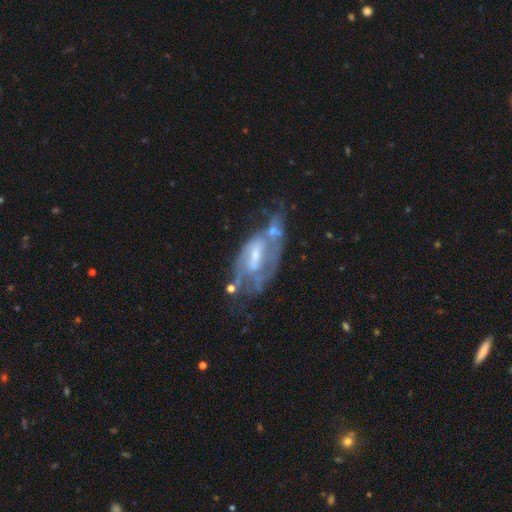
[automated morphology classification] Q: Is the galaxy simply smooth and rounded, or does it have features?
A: featured or disk — 78%.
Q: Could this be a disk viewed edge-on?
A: no — 93%.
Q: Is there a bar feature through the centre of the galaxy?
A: weak — 48%.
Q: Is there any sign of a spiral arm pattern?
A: yes — 73%.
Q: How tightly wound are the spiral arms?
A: medium — 41%.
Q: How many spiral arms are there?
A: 2 — 43%.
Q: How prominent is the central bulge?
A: small — 52%.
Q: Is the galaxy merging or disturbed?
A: none — 35%.